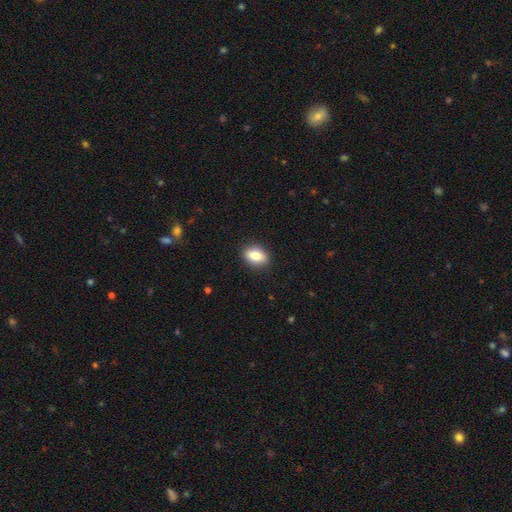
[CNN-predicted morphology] Smooth or featured? Predicted: smooth (p=0.82). How rounded? Predicted: in between (p=0.79). Merging? Predicted: none (p=0.88).